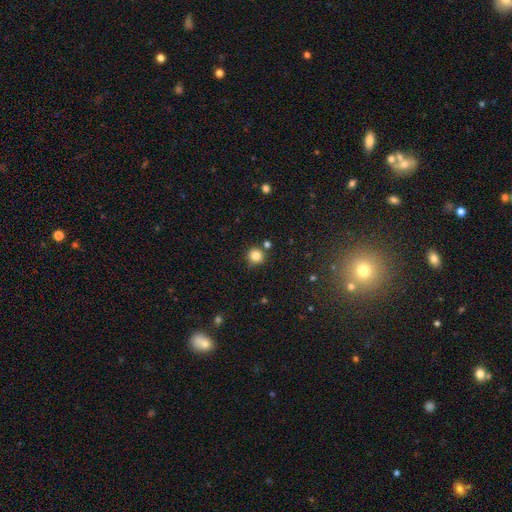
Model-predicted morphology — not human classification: Smooth or featured?
  - smooth: 83% *
  - star or artifact: 12%
  - featured or disk: 5%
How rounded?
  - round: 93% *
  - in between: 6%
  - cigar-shaped: 1%
Merging?
  - none: 83% *
  - minor disturbance: 9%
  - merger: 6%
  - major disturbance: 2%